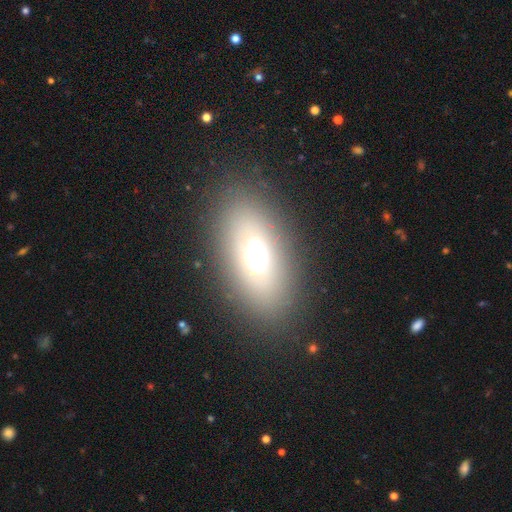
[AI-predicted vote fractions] smooth 63%, featured or disk 24%, star or artifact 13%. Down the decision tree: how rounded — in between (84%); merging — none (86%).